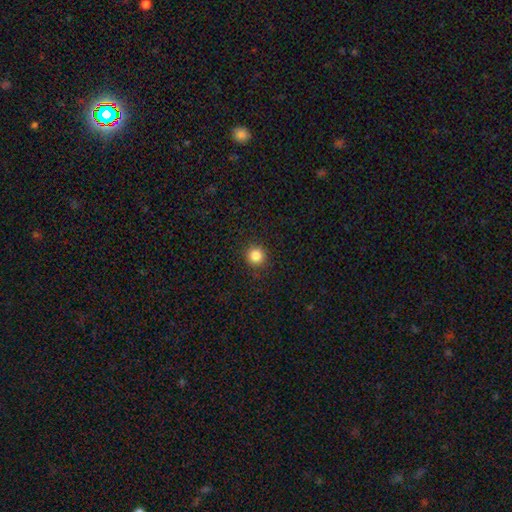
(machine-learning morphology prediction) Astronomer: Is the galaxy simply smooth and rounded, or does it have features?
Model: smooth — 84%.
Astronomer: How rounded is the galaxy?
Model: round — 95%.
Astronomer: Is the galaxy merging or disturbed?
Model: none — 92%.